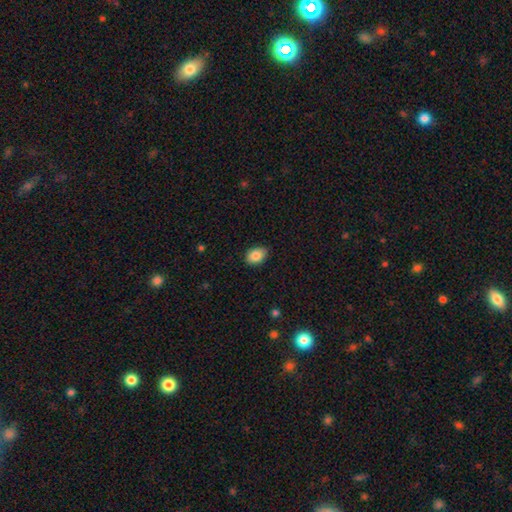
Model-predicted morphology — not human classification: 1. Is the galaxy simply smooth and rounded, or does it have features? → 86% smooth, 8% star or artifact, 6% featured or disk.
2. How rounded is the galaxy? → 80% in between, 19% round, 1% cigar-shaped.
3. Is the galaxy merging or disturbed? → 83% none, 14% minor disturbance, 2% major disturbance, 1% merger.